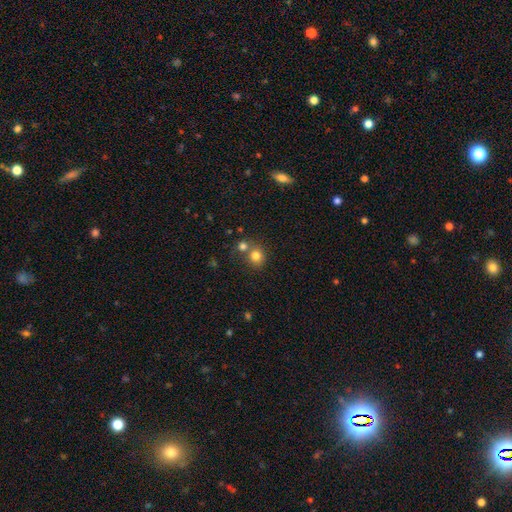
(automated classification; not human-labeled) The model was most divided on "merging": none: 55%, merger: 33%, minor disturbance: 8%, major disturbance: 3%. More confident: how rounded — round (83%); smooth or featured — smooth (80%).